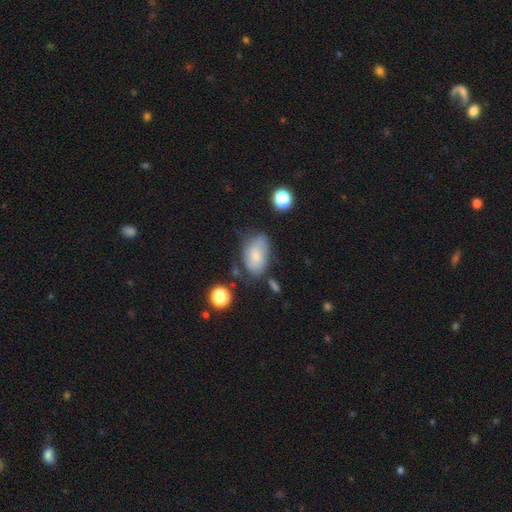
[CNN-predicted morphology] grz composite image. It shows a smooth galaxy with no disk features (71%) that is in between round and cigar-shaped (90%). Merging: none (50%).